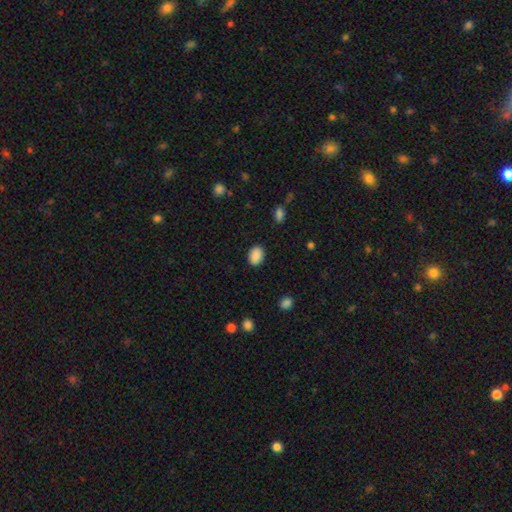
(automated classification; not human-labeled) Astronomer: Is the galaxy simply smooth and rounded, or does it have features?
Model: smooth — 89%.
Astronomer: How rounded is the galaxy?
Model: in between — 72%.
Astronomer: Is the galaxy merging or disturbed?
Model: none — 88%.